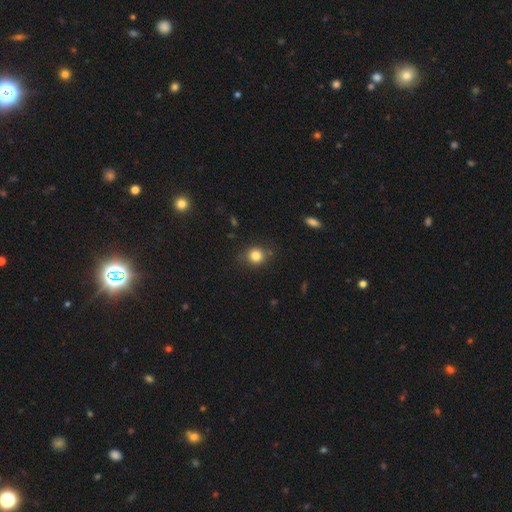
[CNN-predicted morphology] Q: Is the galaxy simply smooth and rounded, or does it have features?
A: smooth — 82%.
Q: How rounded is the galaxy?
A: round — 83%.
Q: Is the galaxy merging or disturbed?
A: none — 81%.